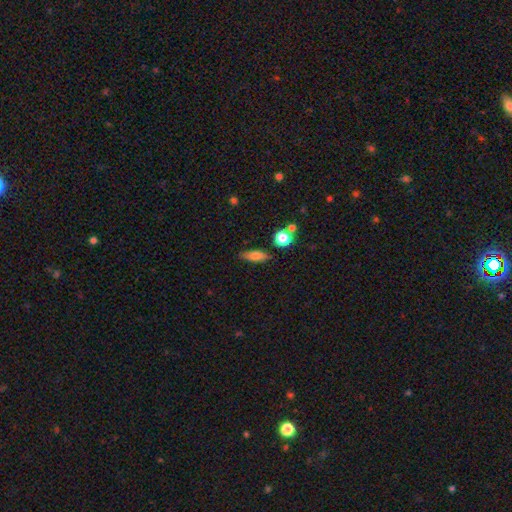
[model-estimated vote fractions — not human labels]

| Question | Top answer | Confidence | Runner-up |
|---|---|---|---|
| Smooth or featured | smooth | 69% | featured or disk (21%) |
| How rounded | in between | 53% | cigar-shaped (40%) |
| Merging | none | 81% | minor disturbance (13%) |